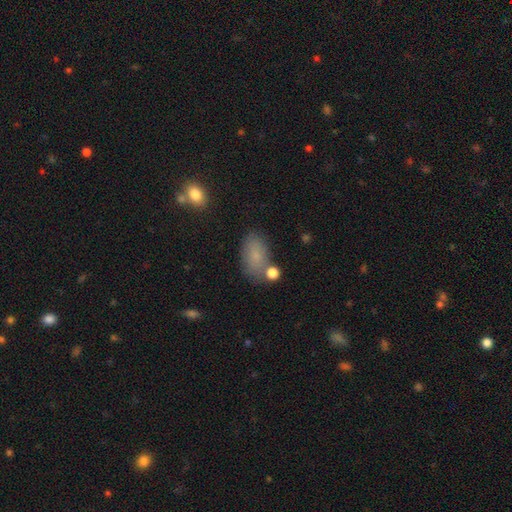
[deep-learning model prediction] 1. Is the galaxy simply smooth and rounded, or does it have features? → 79% smooth, 11% star or artifact, 11% featured or disk.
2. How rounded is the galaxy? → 90% in between, 7% round, 3% cigar-shaped.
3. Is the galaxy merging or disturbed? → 70% none, 16% minor disturbance, 8% merger, 5% major disturbance.